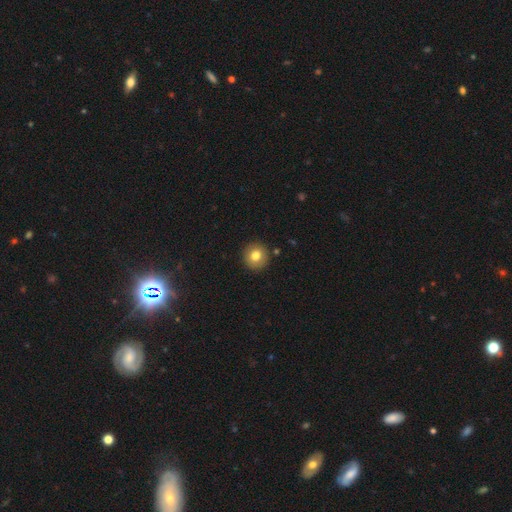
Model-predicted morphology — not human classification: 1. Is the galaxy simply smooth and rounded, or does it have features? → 79% smooth, 11% featured or disk, 10% star or artifact.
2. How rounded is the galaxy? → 93% round, 6% in between, 1% cigar-shaped.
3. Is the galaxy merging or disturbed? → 91% none, 6% minor disturbance, 2% major disturbance, 2% merger.